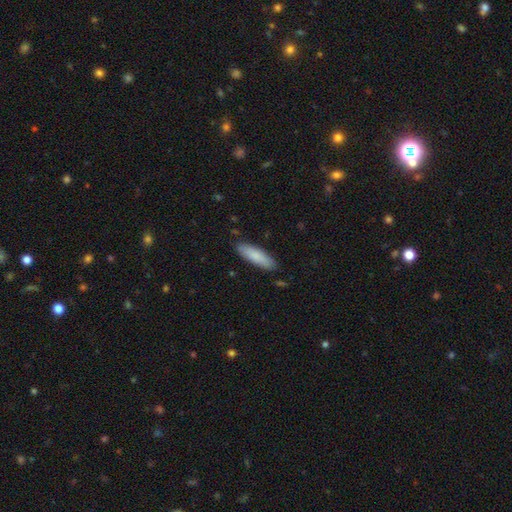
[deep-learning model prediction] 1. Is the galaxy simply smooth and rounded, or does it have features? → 83% smooth, 11% featured or disk, 6% star or artifact.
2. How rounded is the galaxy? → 62% cigar-shaped, 37% in between, 1% round.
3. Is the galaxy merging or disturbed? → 87% none, 10% minor disturbance, 2% major disturbance, 1% merger.